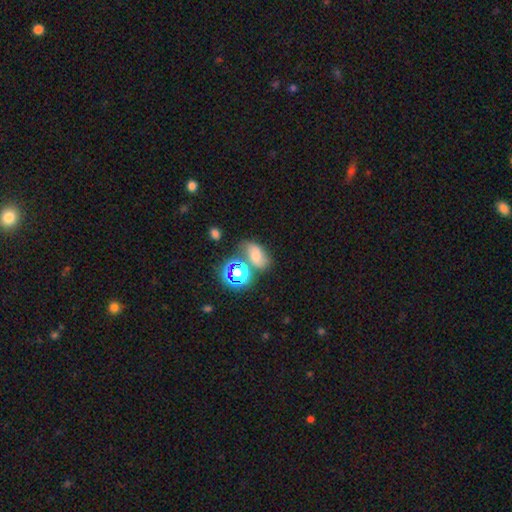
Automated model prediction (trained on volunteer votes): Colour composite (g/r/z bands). It shows a smooth galaxy with no disk features (59%) that is in between round and cigar-shaped (76%). Merging: none (53%).